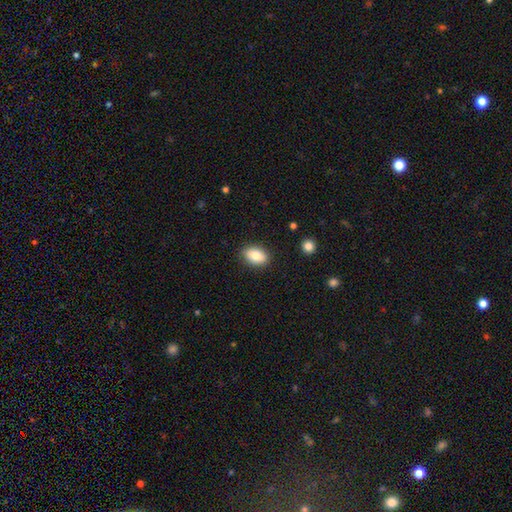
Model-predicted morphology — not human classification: Q: Smooth or featured?
A: smooth (83%); runner-up: featured or disk (10%)
Q: How rounded?
A: in between (86%); runner-up: round (12%)
Q: Merging?
A: none (87%); runner-up: minor disturbance (9%)